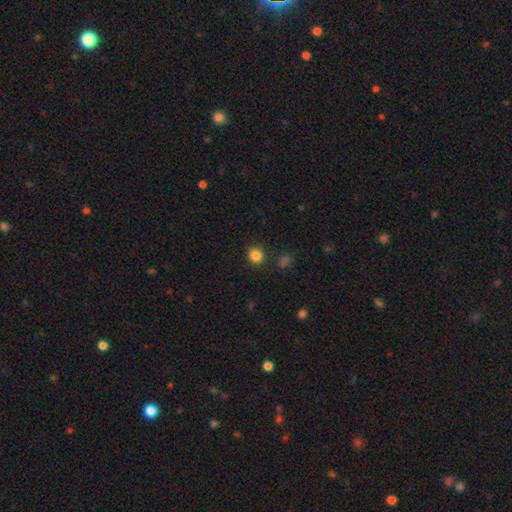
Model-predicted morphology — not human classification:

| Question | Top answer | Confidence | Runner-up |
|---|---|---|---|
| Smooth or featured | smooth | 85% | star or artifact (11%) |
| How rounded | round | 91% | in between (8%) |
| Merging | none | 89% | minor disturbance (6%) |